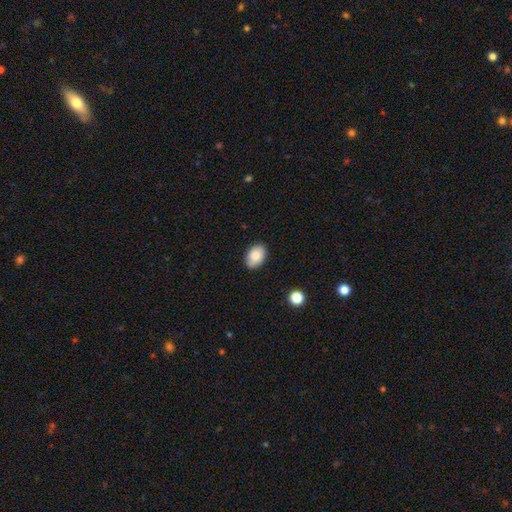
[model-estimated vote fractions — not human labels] Q: Smooth or featured?
A: smooth (85%); runner-up: featured or disk (8%)
Q: How rounded?
A: in between (83%); runner-up: round (16%)
Q: Merging?
A: none (83%); runner-up: minor disturbance (13%)